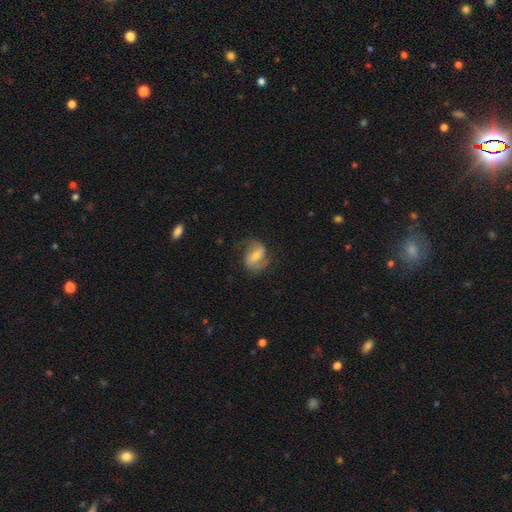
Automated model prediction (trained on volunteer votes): Smooth or featured? featured or disk (59%)
Edge-on disk? no (96%)
Bar? weak (40%, tied with strong)
Spiral arms? yes (84%)
Bulge size? moderate (44%)
Merging? none (62%)